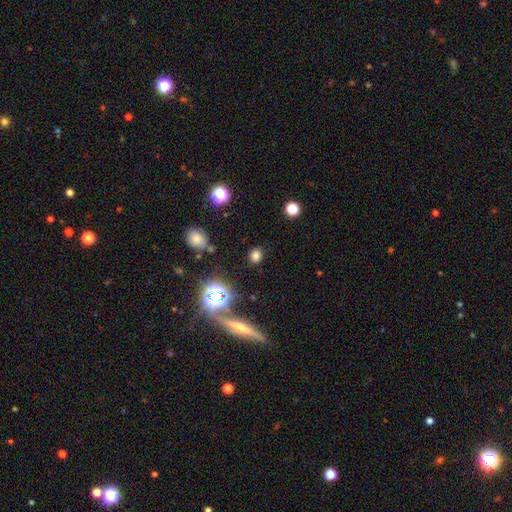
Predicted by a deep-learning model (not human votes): A smooth galaxy with no disk features (71%) that is round (68%). Merging: none (86%).